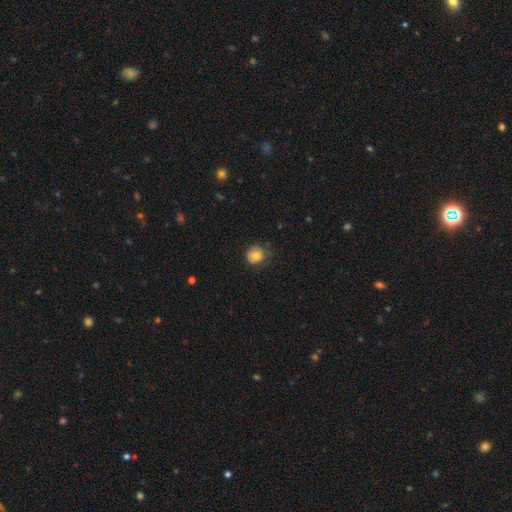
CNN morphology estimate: smooth-or-featured: smooth: 74% | featured or disk: 17% | star or artifact: 9%
  how-rounded: round: 86% | in between: 14% | cigar-shaped: 1%
  merging: none: 68% | minor disturbance: 23% | major disturbance: 8% | merger: 1%